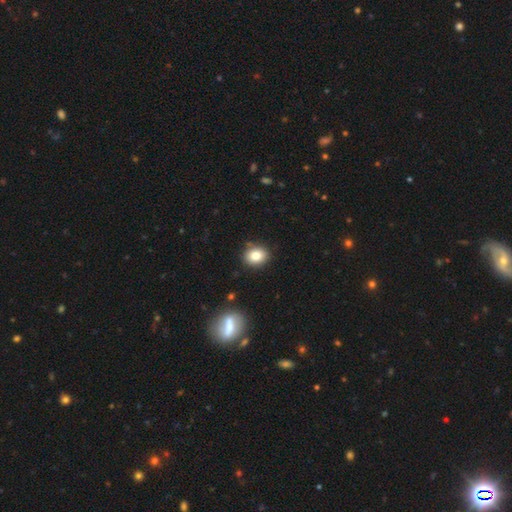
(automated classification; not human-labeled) A smooth galaxy with no disk features (82%) that is round (56%).

Vote fractions:
- Smooth or featured? smooth: 82% / star or artifact: 10% / featured or disk: 8%
- How rounded? round: 56% / in between: 43% / cigar-shaped: 1%
- Merging? none: 84% / minor disturbance: 11% / merger: 3% / major disturbance: 2%